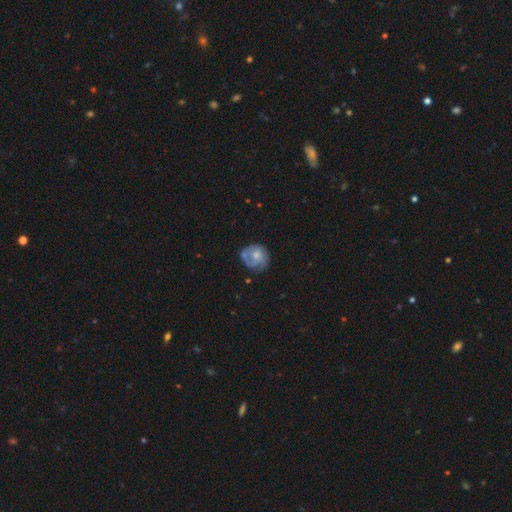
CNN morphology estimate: featured or disk 53%, smooth 40%, star or artifact 7%. Down the decision tree: edge-on disk — no (98%); bar — no (79%); spiral arms — yes (69%); bulge size — moderate (51%); merging — none (53%).